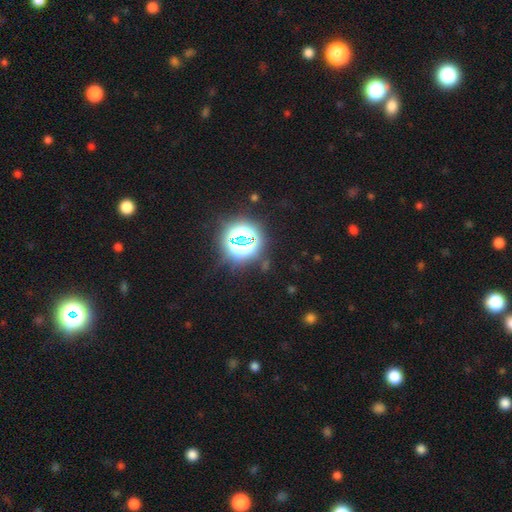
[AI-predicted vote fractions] Smooth or featured? star or artifact (79%)